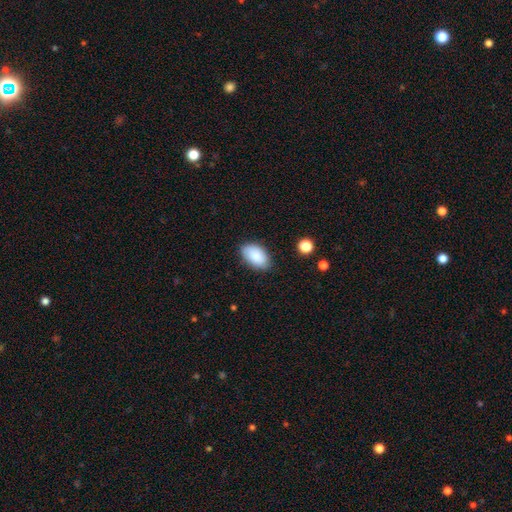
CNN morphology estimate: smooth_or_featured: smooth (p=0.88) [alt: star or artifact p=0.07]
how_rounded: in between (p=0.94) [alt: round p=0.05]
merging: none (p=0.82) [alt: minor disturbance p=0.14]